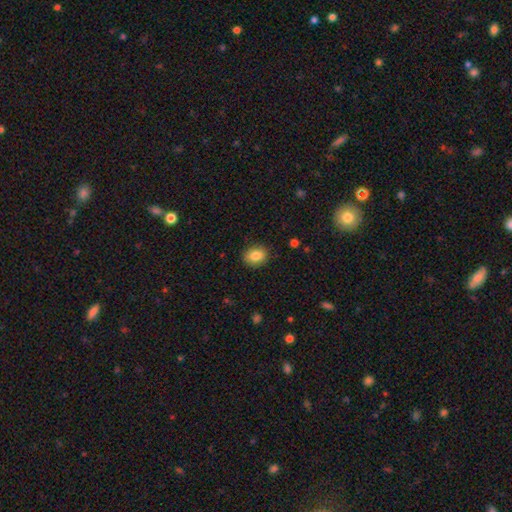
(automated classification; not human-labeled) smooth_or_featured: smooth (p=0.85) [alt: star or artifact p=0.09]
how_rounded: in between (p=0.50) [alt: round p=0.49]
merging: none (p=0.89) [alt: minor disturbance p=0.08]